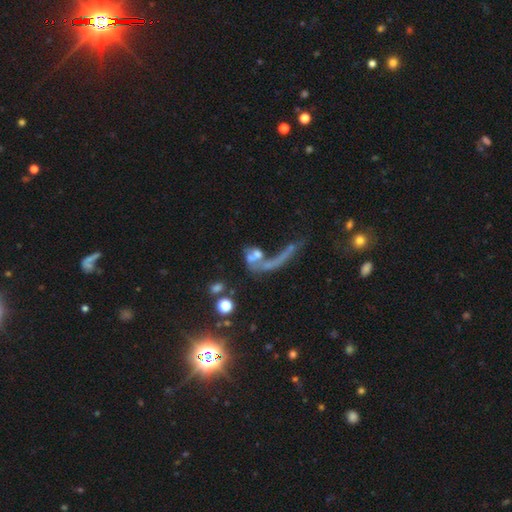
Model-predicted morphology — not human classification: This is possibly a featured or disk galaxy (46%). Merging: marginally merger (43%).